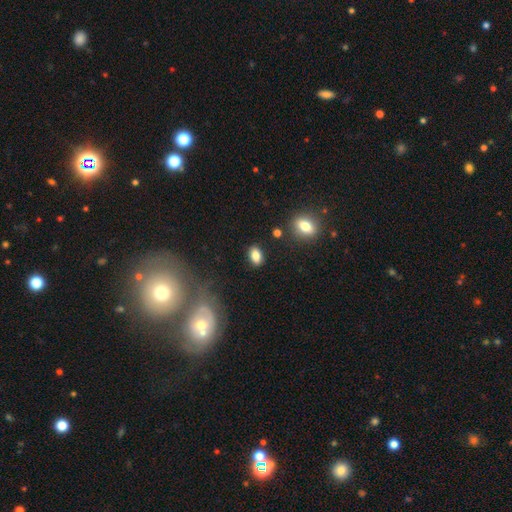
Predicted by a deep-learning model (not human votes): smooth 82%, star or artifact 9%, featured or disk 8%. Down the decision tree: how rounded — in between (86%); merging — none (84%).